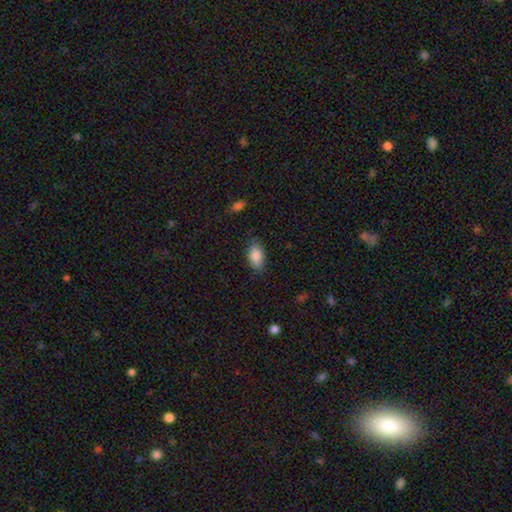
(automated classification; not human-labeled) Q: Smooth or featured?
A: smooth (87%); runner-up: star or artifact (7%)
Q: How rounded?
A: in between (92%); runner-up: round (5%)
Q: Merging?
A: none (79%); runner-up: minor disturbance (16%)